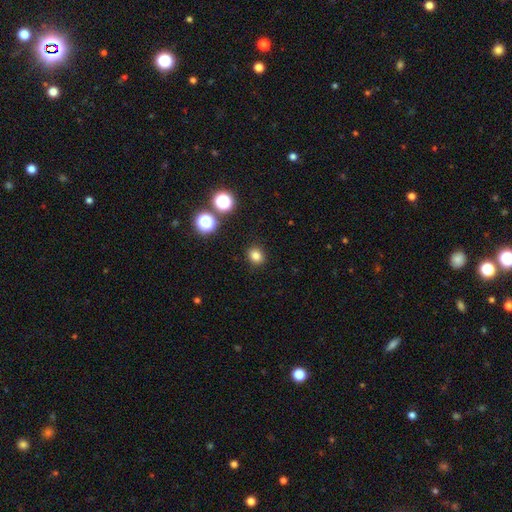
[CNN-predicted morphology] Smooth or featured?
  - smooth: 81% *
  - star or artifact: 14%
  - featured or disk: 5%
How rounded?
  - round: 69% *
  - in between: 30%
  - cigar-shaped: 1%
Merging?
  - none: 90% *
  - minor disturbance: 6%
  - major disturbance: 2%
  - merger: 1%